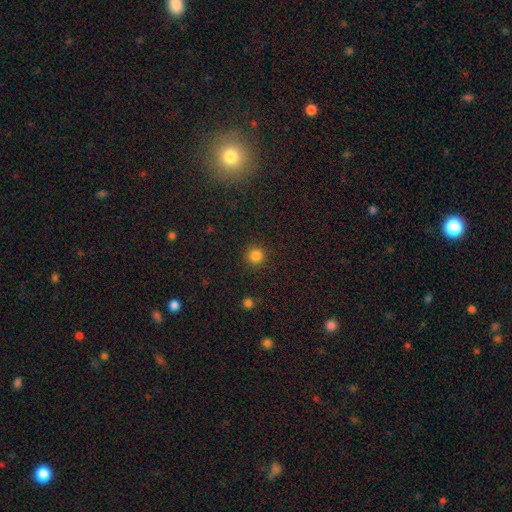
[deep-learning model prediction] Q: Smooth or featured?
A: smooth (84%); runner-up: star or artifact (13%)
Q: How rounded?
A: round (95%); runner-up: in between (4%)
Q: Merging?
A: none (91%); runner-up: minor disturbance (6%)